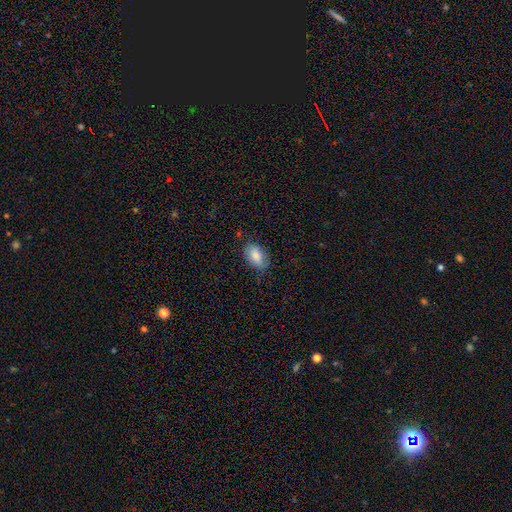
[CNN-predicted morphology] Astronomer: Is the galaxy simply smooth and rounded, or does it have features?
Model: smooth — 85%.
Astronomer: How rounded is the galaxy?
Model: in between — 92%.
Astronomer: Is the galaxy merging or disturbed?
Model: none — 78%.